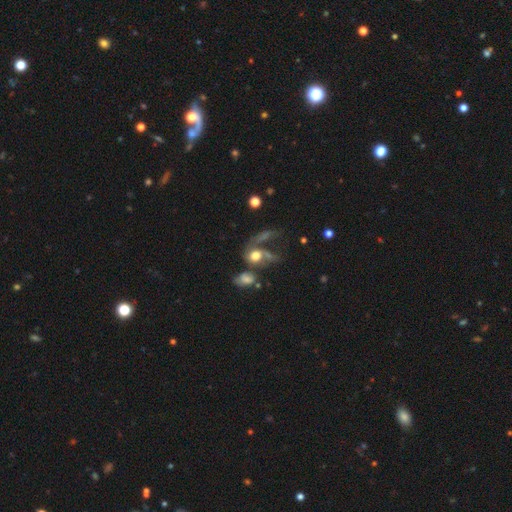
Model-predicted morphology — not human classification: smooth_or_featured: smooth (p=0.50) [alt: featured or disk p=0.37]
merging: merger (p=0.38) [alt: major disturbance p=0.36]